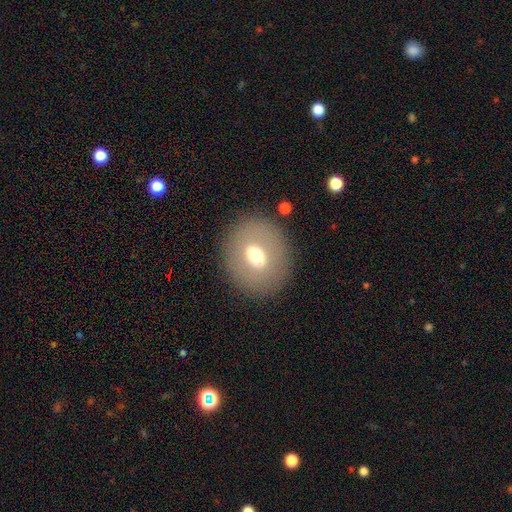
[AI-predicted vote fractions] This is likely a smooth galaxy (62%). How rounded: likely round (70%). Merging: clearly none (88%).